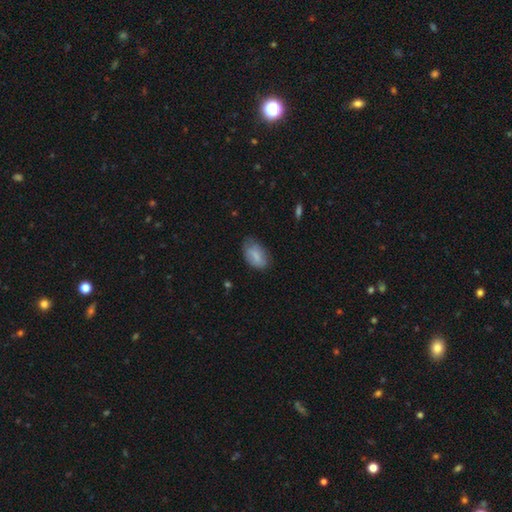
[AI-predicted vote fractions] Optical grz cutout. It shows a smooth galaxy with no disk features (78%) that is in between round and cigar-shaped (92%). Merging: none (64%).